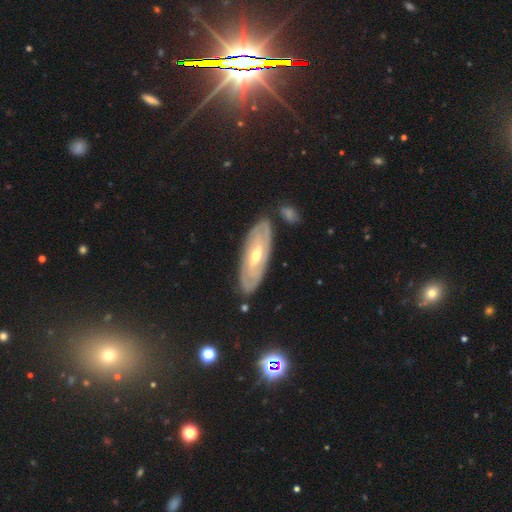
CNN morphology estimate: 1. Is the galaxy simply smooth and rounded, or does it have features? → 79% featured or disk, 15% smooth, 6% star or artifact.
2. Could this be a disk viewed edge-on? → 84% no, 16% yes.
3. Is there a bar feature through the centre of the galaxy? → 45% no, 40% weak, 16% strong.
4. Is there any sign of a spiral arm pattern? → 79% yes, 21% no.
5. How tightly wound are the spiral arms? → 79% tight, 16% medium, 5% loose.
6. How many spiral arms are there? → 59% can't tell, 23% 2, 7% 3, 4% 4, 3% more than 4, 3% 1.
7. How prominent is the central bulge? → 55% moderate, 41% small, 2% large, 1% none, 1% dominant.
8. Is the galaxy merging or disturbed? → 84% none, 11% minor disturbance, 3% major disturbance, 3% merger.